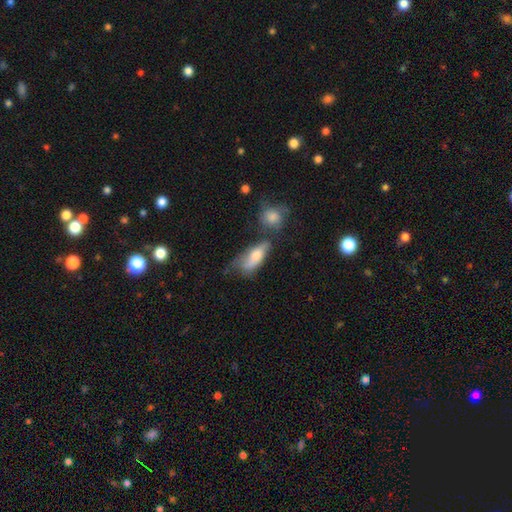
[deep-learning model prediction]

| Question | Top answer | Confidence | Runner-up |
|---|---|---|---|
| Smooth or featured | smooth | 58% | featured or disk (33%) |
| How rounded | in between | 71% | cigar-shaped (24%) |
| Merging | none | 37% | minor disturbance (29%) |